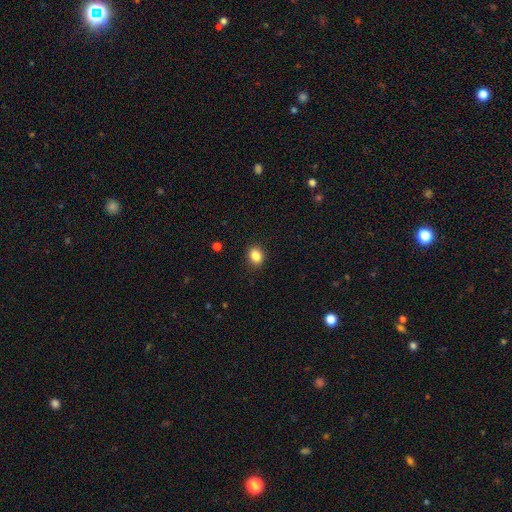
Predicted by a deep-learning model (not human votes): This appears to be a smooth galaxy with no disk features (85%) that is round (56%). Merging: none (90%).